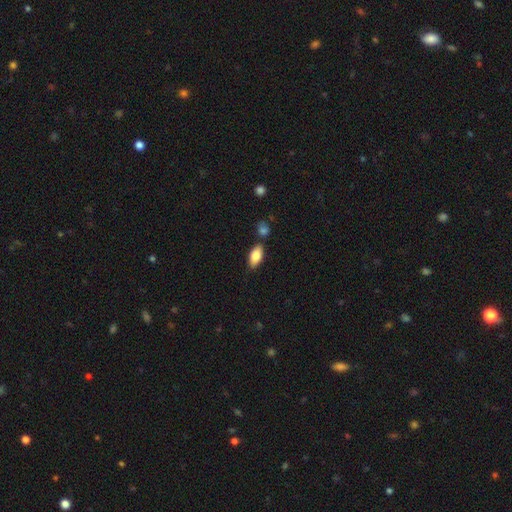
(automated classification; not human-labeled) Q: Smooth or featured?
A: smooth (82%); runner-up: featured or disk (11%)
Q: How rounded?
A: in between (89%); runner-up: cigar-shaped (8%)
Q: Merging?
A: none (76%); runner-up: minor disturbance (13%)